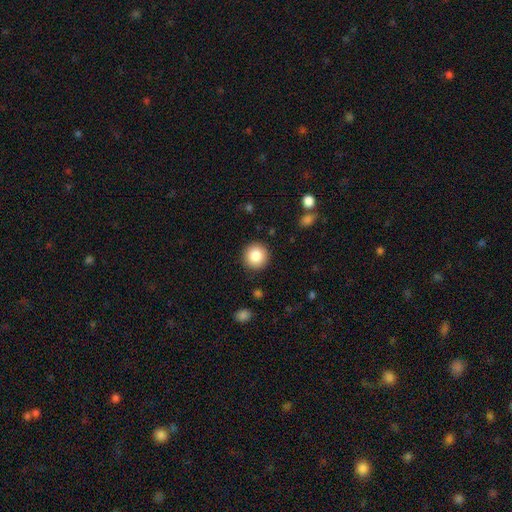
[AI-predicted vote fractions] smooth_or_featured: smooth (p=0.85) [alt: star or artifact p=0.09]
how_rounded: round (p=0.95) [alt: in between p=0.04]
merging: none (p=0.91) [alt: minor disturbance p=0.06]